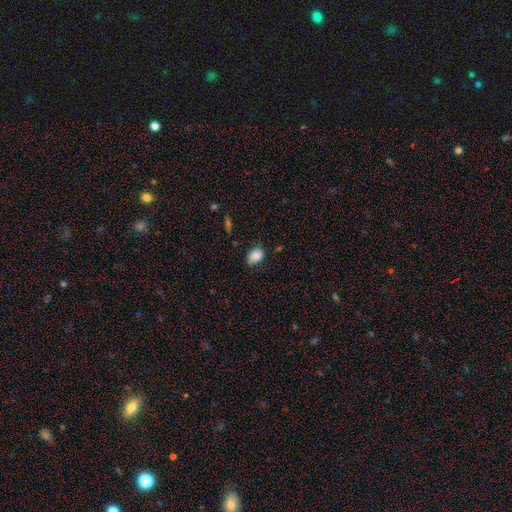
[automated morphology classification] Overall: smooth (84%). How rounded: in between (75%). Merging: none (73%).